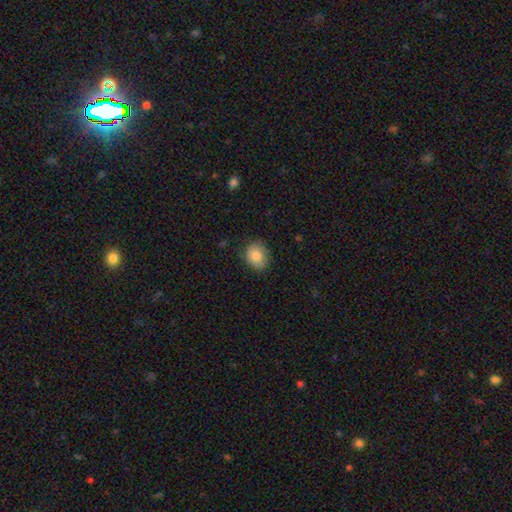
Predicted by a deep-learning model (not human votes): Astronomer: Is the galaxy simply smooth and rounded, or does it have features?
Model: smooth — 85%.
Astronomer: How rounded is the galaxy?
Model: in between — 50% (runner-up: round, 49%).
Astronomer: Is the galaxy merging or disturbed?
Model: none — 79%.